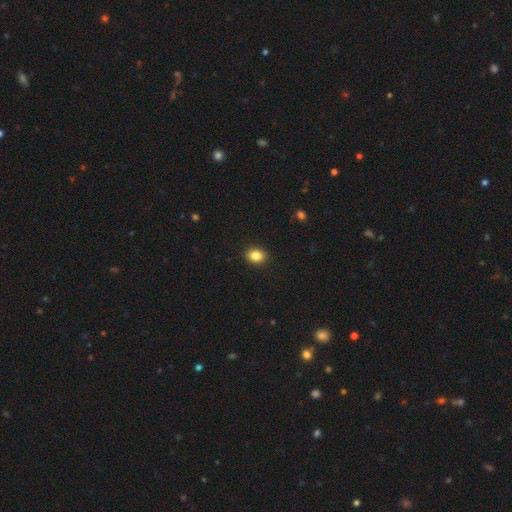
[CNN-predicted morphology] This is clearly a smooth galaxy (86%). How rounded: possibly in between (52%). Merging: clearly none (91%).